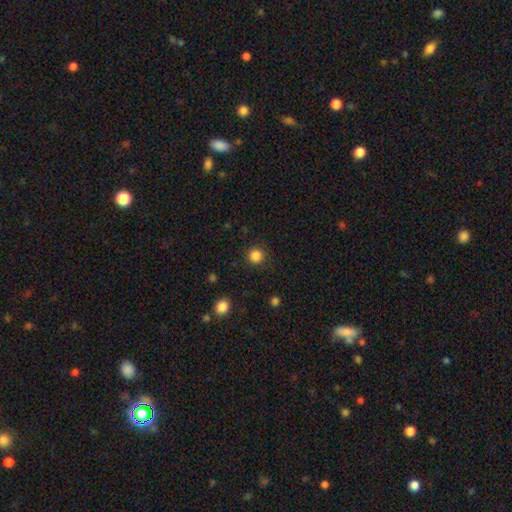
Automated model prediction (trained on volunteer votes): Smooth or featured? smooth (85%)
How rounded? round (95%)
Merging? none (90%)